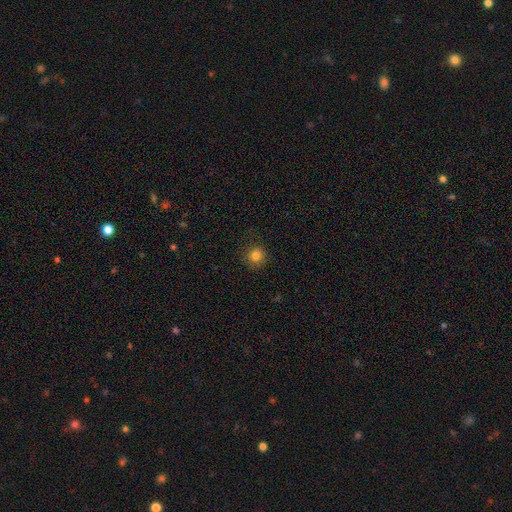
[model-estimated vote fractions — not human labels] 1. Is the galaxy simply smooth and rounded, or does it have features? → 81% smooth, 13% star or artifact, 6% featured or disk.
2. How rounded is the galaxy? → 93% round, 6% in between, 1% cigar-shaped.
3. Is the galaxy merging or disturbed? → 88% none, 8% minor disturbance, 3% major disturbance, 1% merger.